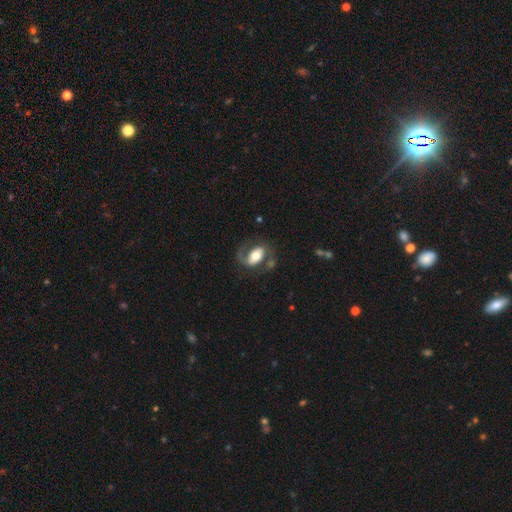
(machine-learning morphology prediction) This is likely a featured or disk galaxy (71%). It is clearly not viewed edge-on (95%). Bar: marginally strong (35%). Spiral arm pattern: clearly yes (86%). Spiral arm count: likely 2 (76%). Spiral winding: possibly medium (49%). Central bulge: possibly moderate (53%). Merging: likely none (60%).